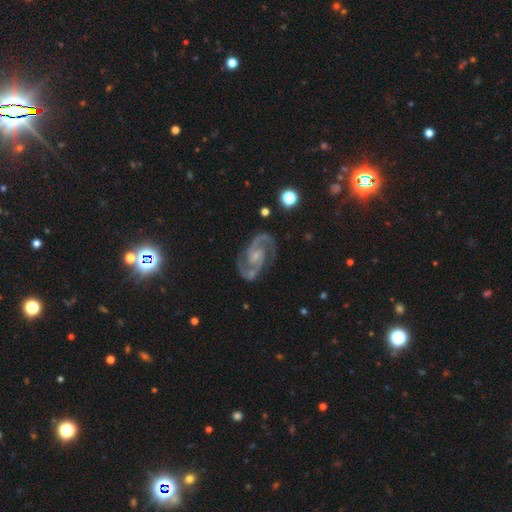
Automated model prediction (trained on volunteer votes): Smooth or featured? featured or disk (93%)
Edge-on disk? no (98%)
Bar? no (47%)
Spiral arms? yes (99%)
Spiral winding? medium (63%)
Spiral arm count? 2 (93%)
Bulge size? small (65%)
Merging? none (80%)